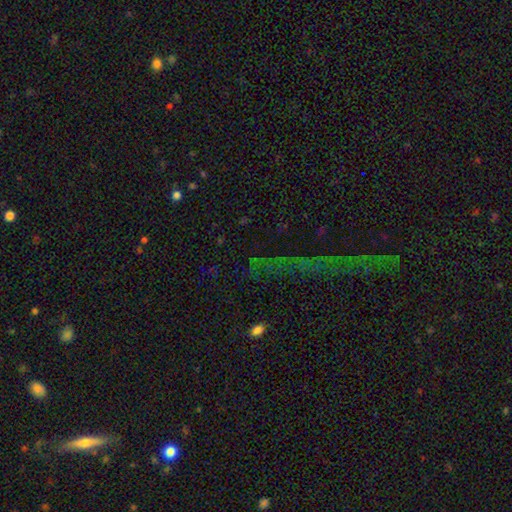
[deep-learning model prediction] The model was most divided on "smooth or featured": star or artifact: 69%, smooth: 20%, featured or disk: 11%.